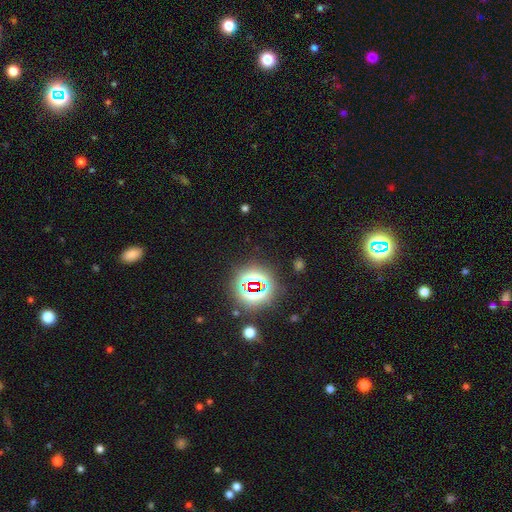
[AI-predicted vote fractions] The model was most divided on "smooth or featured": star or artifact: 77%, smooth: 16%, featured or disk: 8%.